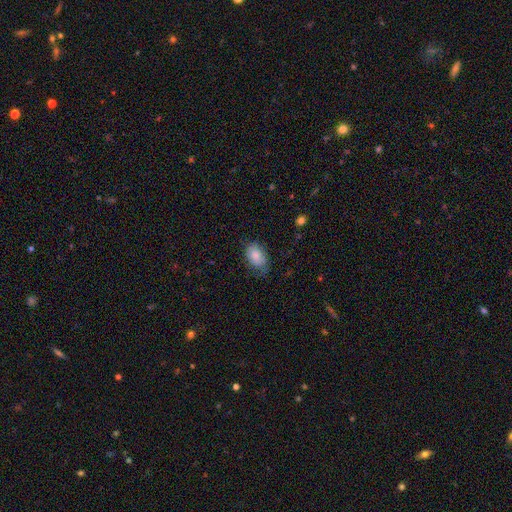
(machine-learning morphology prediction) A smooth galaxy with no disk features (82%) that is in between round and cigar-shaped (88%). Merging: none (65%).